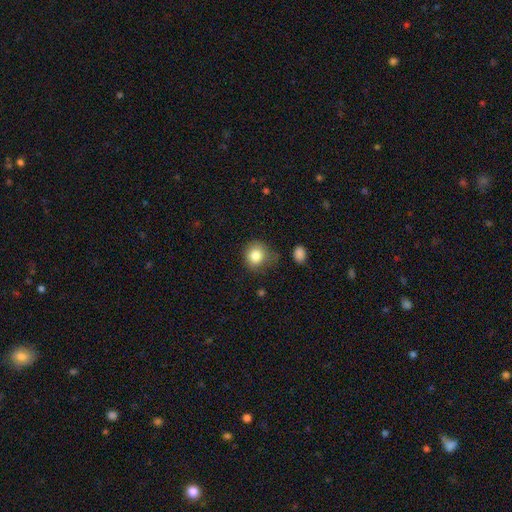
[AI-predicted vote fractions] Smooth or featured?
  - smooth: 84% *
  - star or artifact: 10%
  - featured or disk: 6%
How rounded?
  - round: 82% *
  - in between: 17%
  - cigar-shaped: 1%
Merging?
  - none: 66% *
  - minor disturbance: 24%
  - major disturbance: 7%
  - merger: 3%